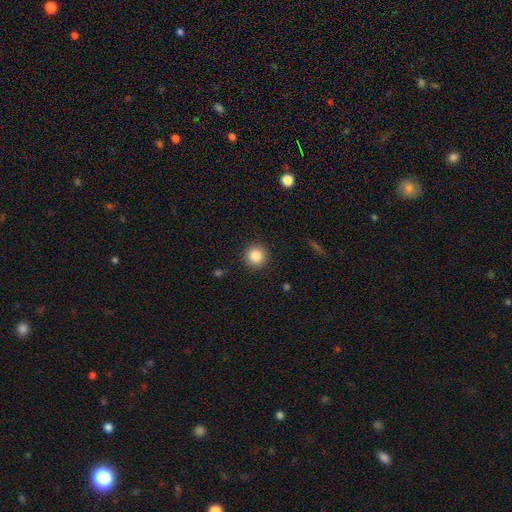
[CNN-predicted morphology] Smooth or featured? Predicted: smooth (p=0.86). How rounded? Predicted: round (p=0.94). Merging? Predicted: none (p=0.90).